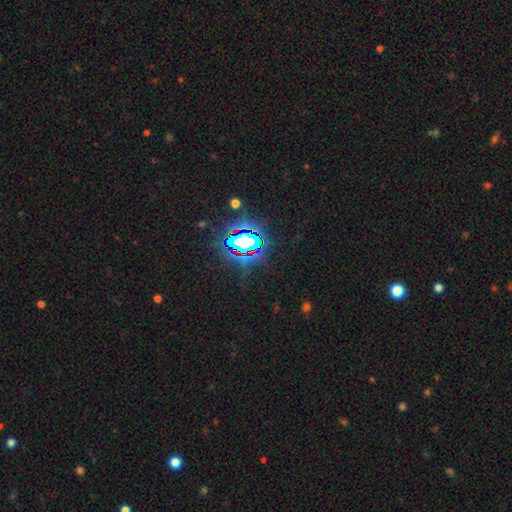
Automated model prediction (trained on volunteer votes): Morphology: type=star or artifact (84%).